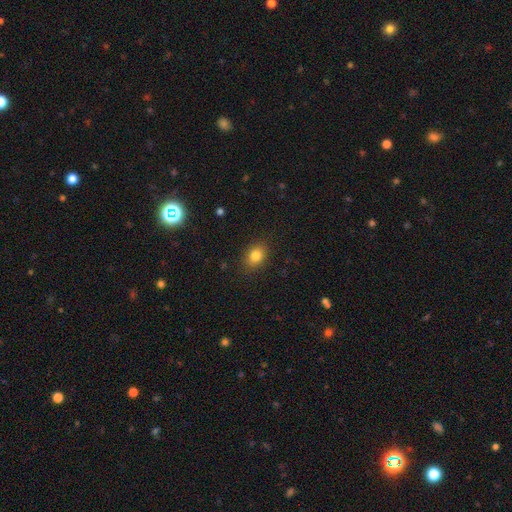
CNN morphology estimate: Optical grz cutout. It shows a smooth galaxy with no disk features (82%) that is in between round and cigar-shaped (65%). Merging: none (87%).